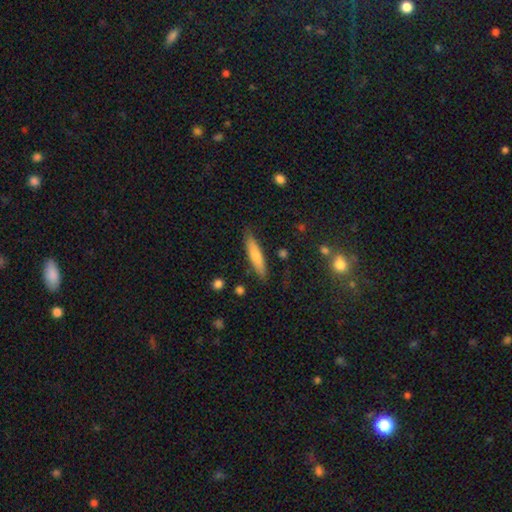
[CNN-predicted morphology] A smooth galaxy with no disk features (71%) that is cigar-shaped (84%). Merging: none (83%).